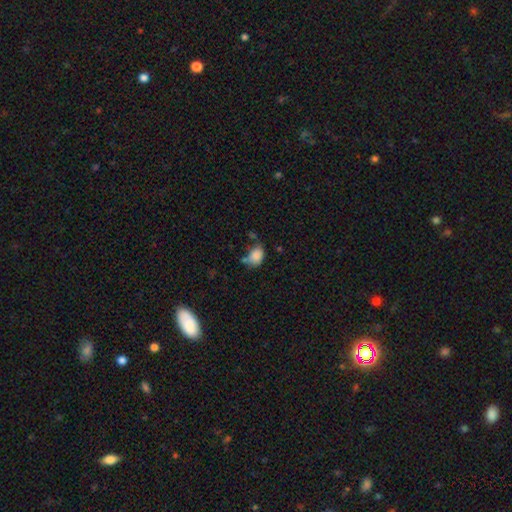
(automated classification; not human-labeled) smooth 84%, star or artifact 10%, featured or disk 6%. Down the decision tree: how rounded — in between (75%); merging — none (47%).